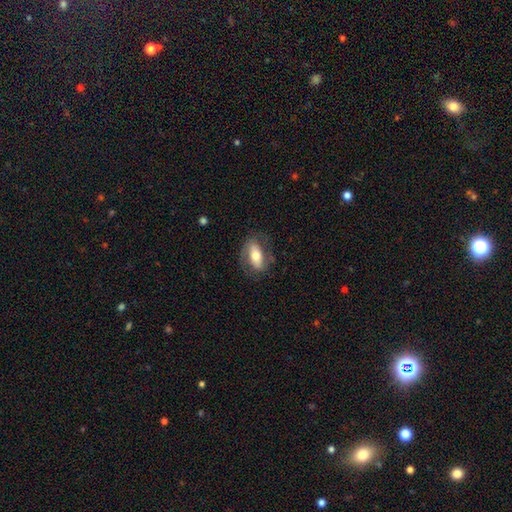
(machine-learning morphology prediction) smooth_or_featured: smooth (p=0.48) [alt: featured or disk p=0.45]
merging: none (p=0.72) [alt: minor disturbance p=0.17]